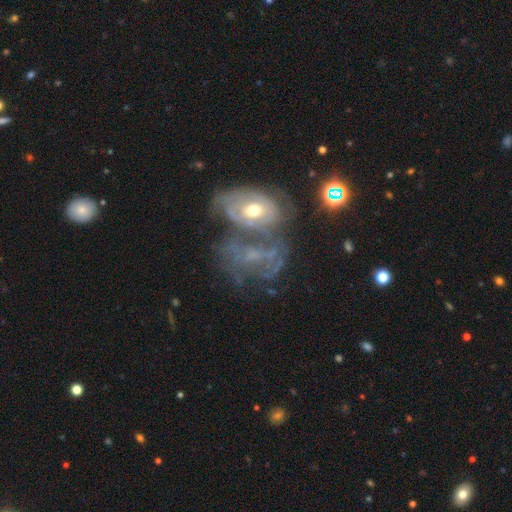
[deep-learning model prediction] featured or disk 64%, smooth 20%, star or artifact 15%. Down the decision tree: edge-on disk — no (93%); bar — no (63%); spiral arms — yes (66%); bulge size — small (53%); merging — merger (44%).